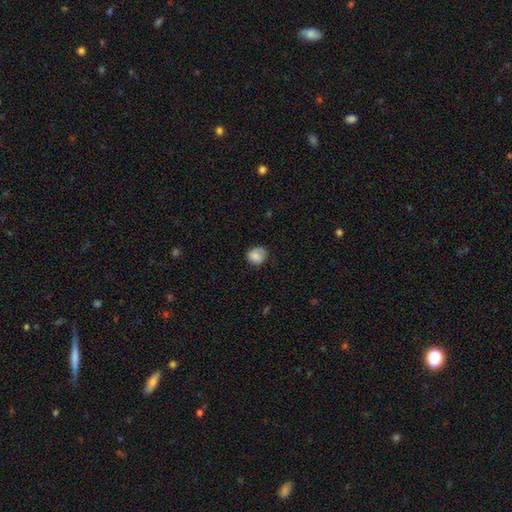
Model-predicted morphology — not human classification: Q: Smooth or featured?
A: smooth (84%); runner-up: star or artifact (8%)
Q: How rounded?
A: round (77%); runner-up: in between (22%)
Q: Merging?
A: none (69%); runner-up: minor disturbance (25%)